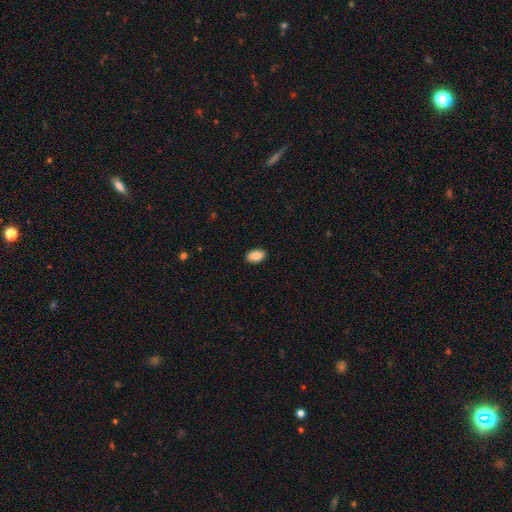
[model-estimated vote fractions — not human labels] A smooth galaxy with no disk features (90%) that is in between round and cigar-shaped (91%).

Vote fractions:
- Smooth or featured? smooth: 90% / star or artifact: 7% / featured or disk: 3%
- How rounded? in between: 91% / round: 7% / cigar-shaped: 2%
- Merging? none: 89% / minor disturbance: 8% / major disturbance: 2% / merger: 1%